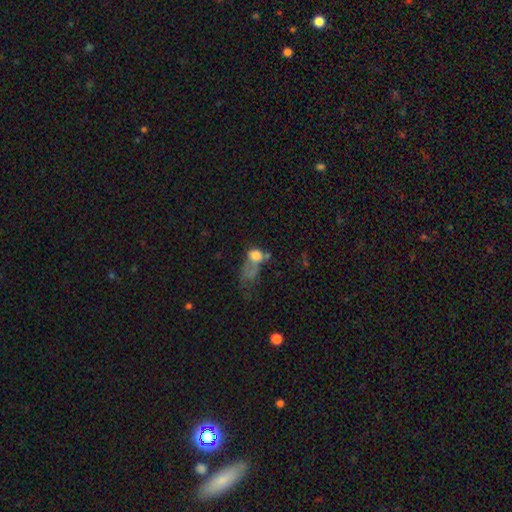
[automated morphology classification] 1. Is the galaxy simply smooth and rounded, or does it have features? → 69% smooth, 19% featured or disk, 13% star or artifact.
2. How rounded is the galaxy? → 52% in between, 45% round, 3% cigar-shaped.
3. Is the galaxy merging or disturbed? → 45% major disturbance, 27% merger, 16% none, 12% minor disturbance.